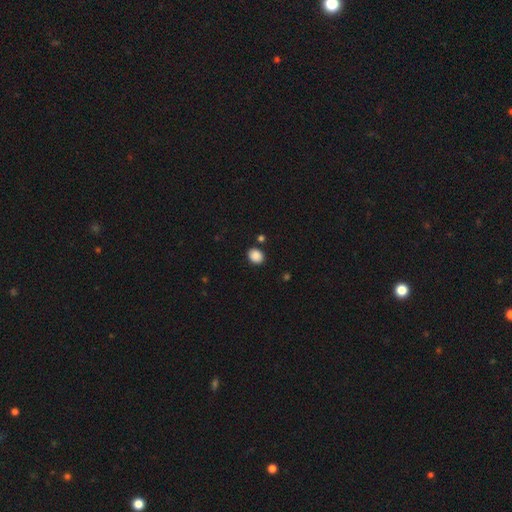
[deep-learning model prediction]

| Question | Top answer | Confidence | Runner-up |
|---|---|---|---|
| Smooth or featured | smooth | 88% | star or artifact (9%) |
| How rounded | round | 50% | in between (49%) |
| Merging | none | 87% | minor disturbance (8%) |